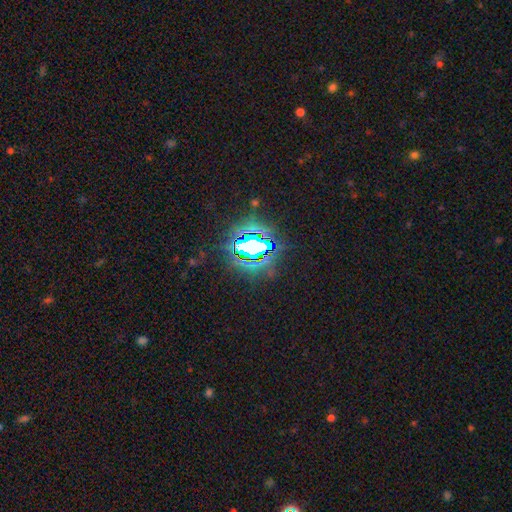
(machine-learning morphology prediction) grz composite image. It shows a star or artifact, not a galaxy (83%).